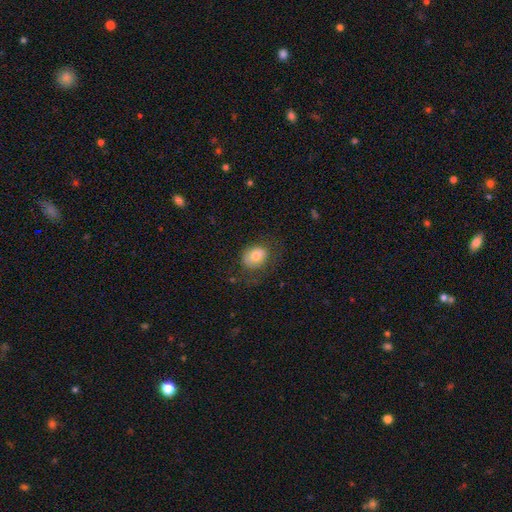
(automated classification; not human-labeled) Smooth or featured: smooth — 76% (featured or disk — 16%)
How rounded: in between — 60% (round — 39%)
Merging: none — 59% (minor disturbance — 23%)